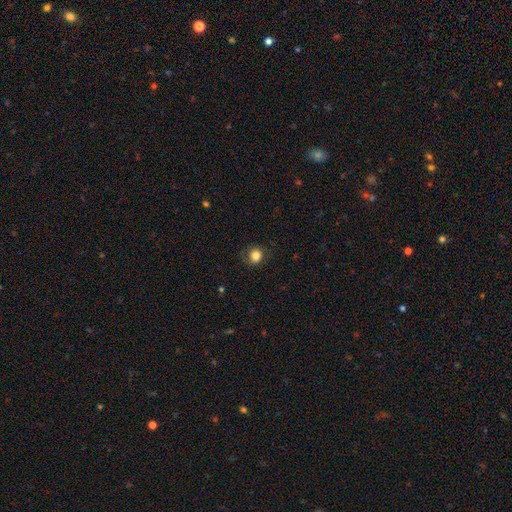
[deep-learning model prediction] Overall: smooth (81%). How rounded: round (80%). Merging: none (75%).